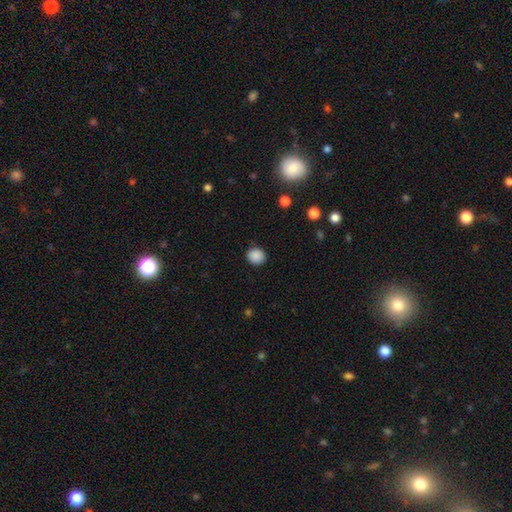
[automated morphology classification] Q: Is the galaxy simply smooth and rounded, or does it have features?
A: smooth — 88%.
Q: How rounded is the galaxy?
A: round — 79%.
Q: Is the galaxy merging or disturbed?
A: none — 89%.